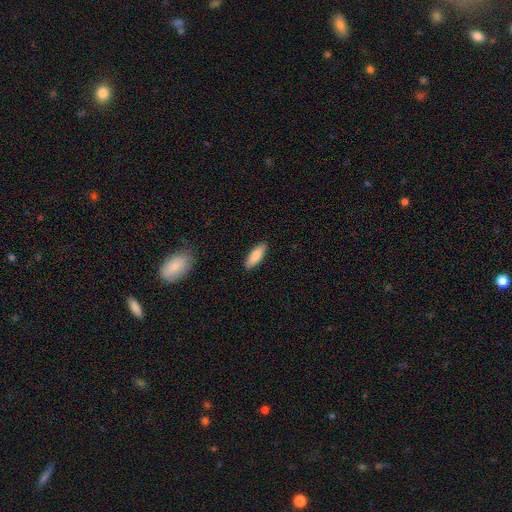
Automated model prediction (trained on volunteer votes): This appears to be a smooth galaxy with no disk features (86%) that is in between round and cigar-shaped (65%). Merging: none (89%).